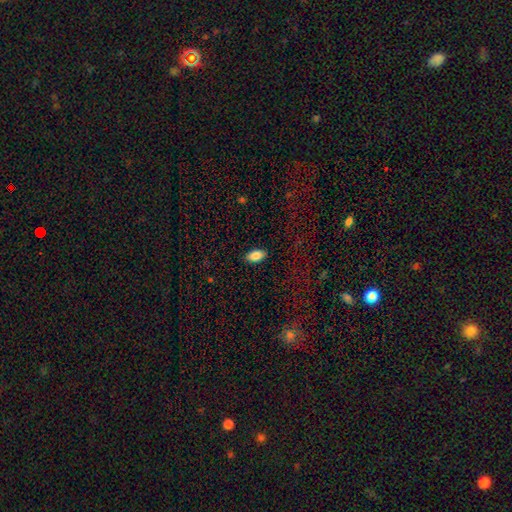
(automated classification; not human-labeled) Overall: smooth (85%). How rounded: in between (93%). Merging: none (89%).